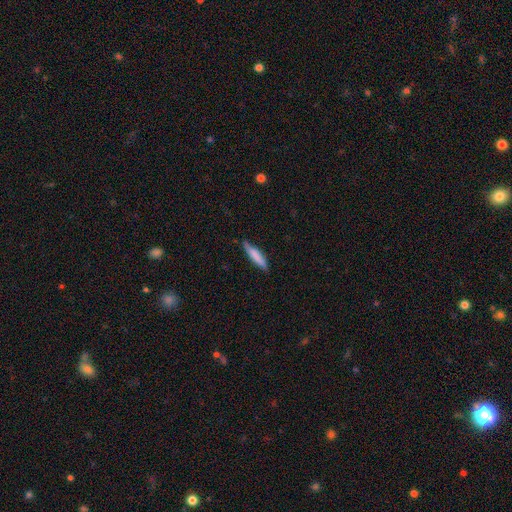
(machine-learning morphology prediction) Smooth or featured: smooth — 77% (featured or disk — 17%)
How rounded: cigar-shaped — 83% (in between — 15%)
Merging: none — 75% (minor disturbance — 20%)